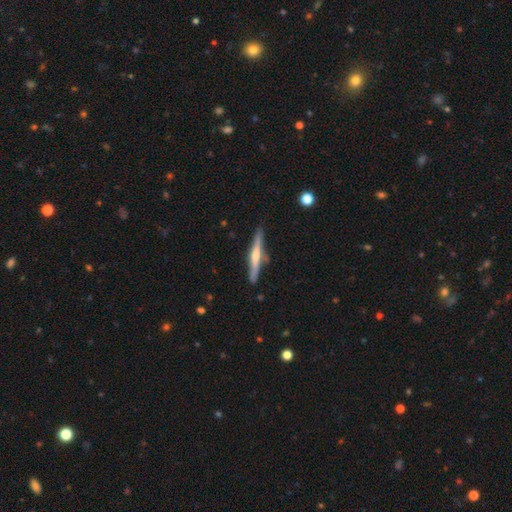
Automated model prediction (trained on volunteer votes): The model was most divided on "smooth or featured": featured or disk: 70%, smooth: 25%, star or artifact: 5%. More confident: edge-on disk — yes (97%); merging — none (85%); edge-on bulge — rounded (78%).